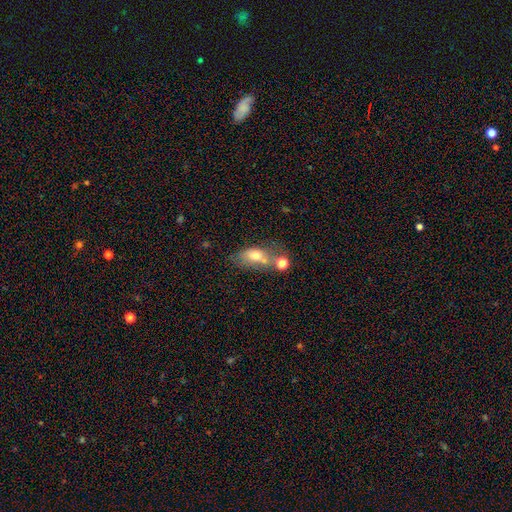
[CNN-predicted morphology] This appears to be a smooth galaxy with no disk features (64%) that is in between round and cigar-shaped (79%). Merging: none (38%).